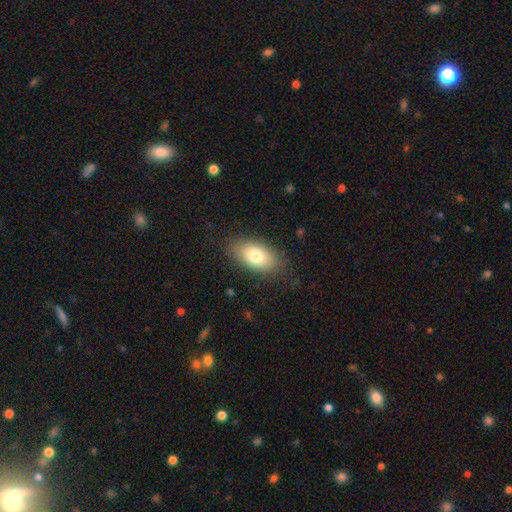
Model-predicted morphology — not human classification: smooth 77%, featured or disk 16%, star or artifact 8%. Down the decision tree: how rounded — in between (90%); merging — none (82%).